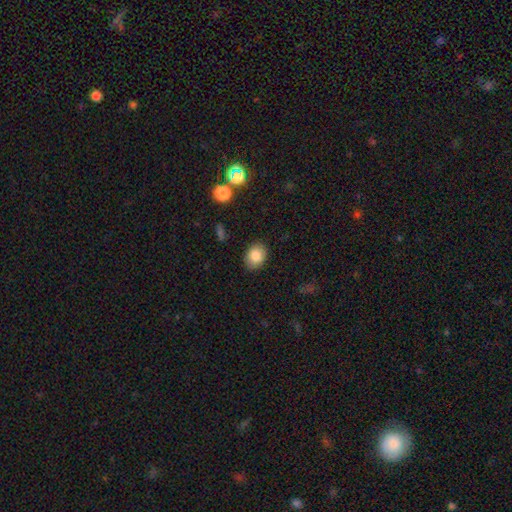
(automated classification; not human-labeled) The model was most divided on "how rounded": in between: 65%, round: 34%, cigar-shaped: 1%. More confident: merging — none (87%); smooth or featured — smooth (84%).